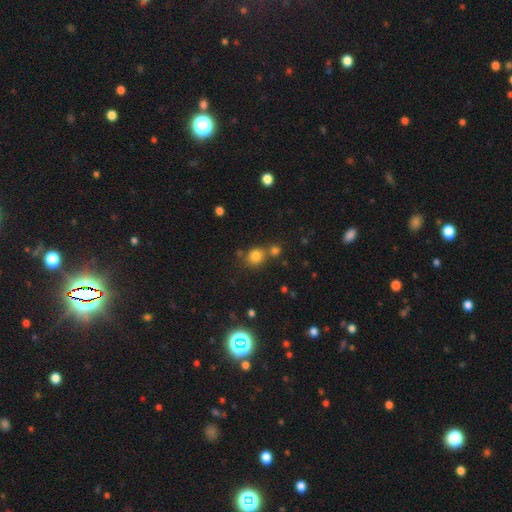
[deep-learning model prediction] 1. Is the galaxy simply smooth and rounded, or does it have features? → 78% smooth, 15% star or artifact, 7% featured or disk.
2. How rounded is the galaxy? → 81% round, 18% in between, 1% cigar-shaped.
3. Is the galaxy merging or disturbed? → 61% none, 26% merger, 10% minor disturbance, 4% major disturbance.